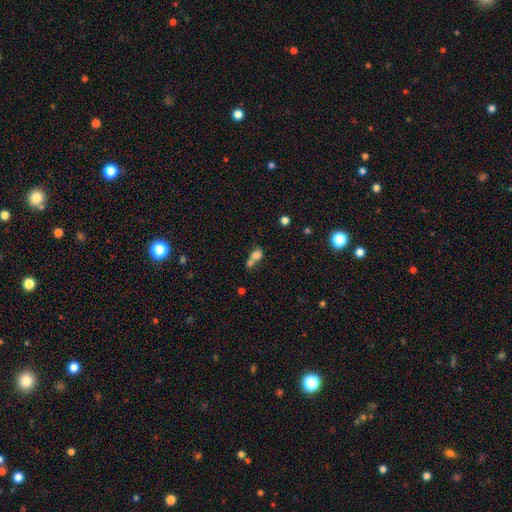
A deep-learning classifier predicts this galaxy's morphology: Overall: smooth (72%). How rounded: in between (60%; round 36%). Merging: merger (64%).